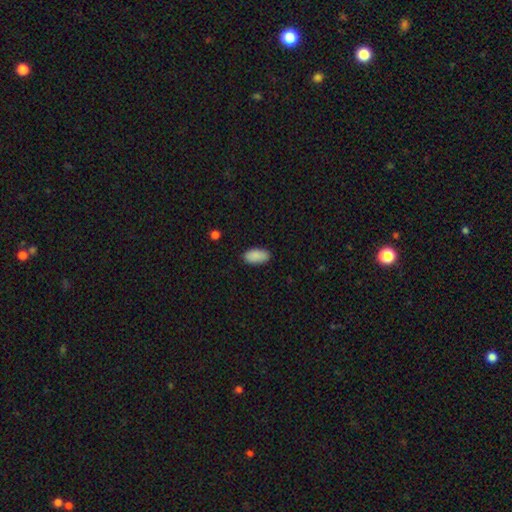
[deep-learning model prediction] Smooth or featured?
  - smooth: 89% *
  - star or artifact: 7%
  - featured or disk: 4%
How rounded?
  - in between: 94% *
  - cigar-shaped: 4%
  - round: 3%
Merging?
  - none: 85% *
  - minor disturbance: 11%
  - major disturbance: 2%
  - merger: 1%